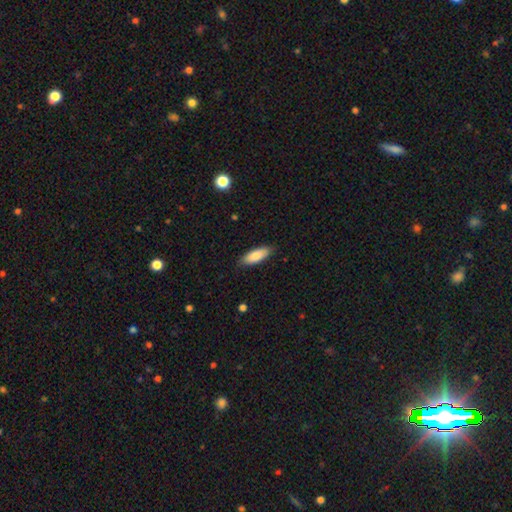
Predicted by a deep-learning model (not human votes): This is clearly a smooth galaxy (85%). How rounded: likely in between (71%). Merging: clearly none (84%).